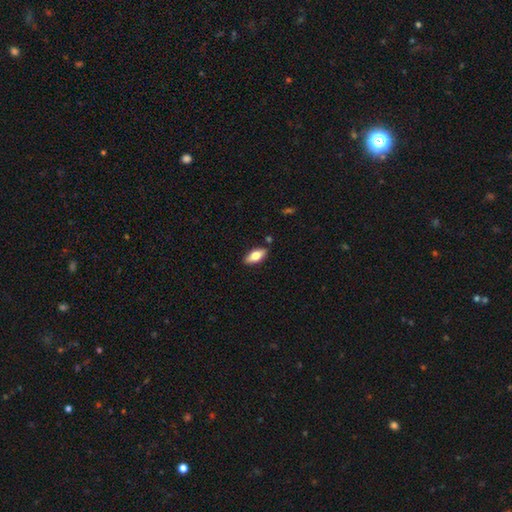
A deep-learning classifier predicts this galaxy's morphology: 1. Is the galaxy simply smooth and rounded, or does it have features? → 67% smooth, 26% featured or disk, 6% star or artifact.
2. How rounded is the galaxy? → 81% in between, 17% cigar-shaped, 3% round.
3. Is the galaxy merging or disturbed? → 86% none, 10% minor disturbance, 2% merger, 2% major disturbance.